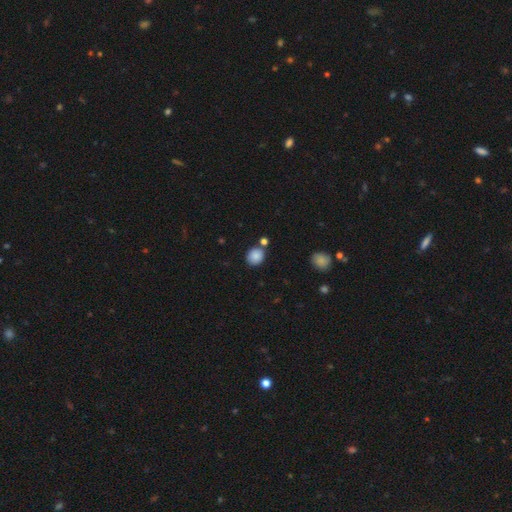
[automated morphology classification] Q: Smooth or featured?
A: smooth (86%); runner-up: star or artifact (9%)
Q: How rounded?
A: round (74%); runner-up: in between (25%)
Q: Merging?
A: none (76%); runner-up: merger (11%)